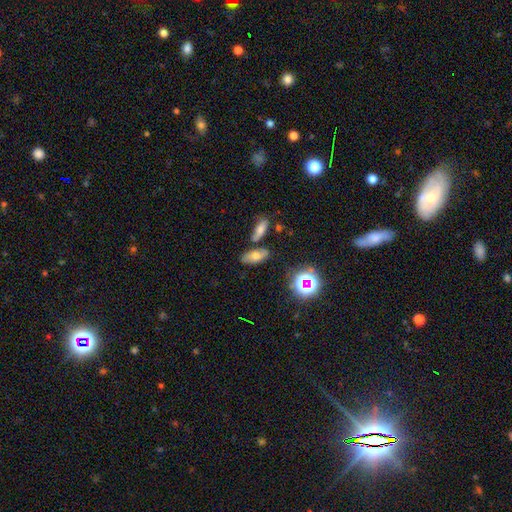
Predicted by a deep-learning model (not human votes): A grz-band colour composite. It shows a smooth galaxy with no disk features (57%) that is in between round and cigar-shaped (83%). Merging: none (66%).